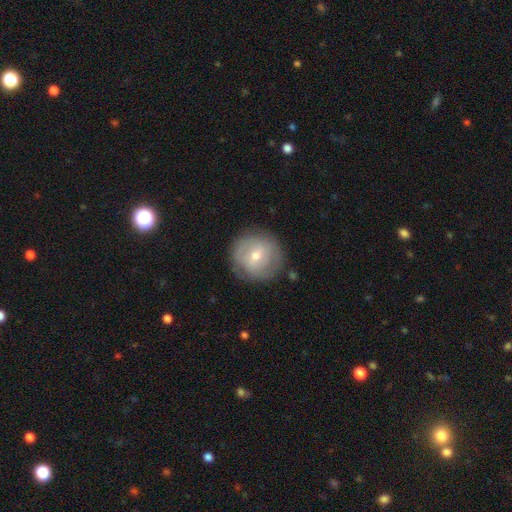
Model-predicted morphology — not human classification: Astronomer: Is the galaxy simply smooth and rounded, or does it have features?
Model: featured or disk — 48% (runner-up: smooth, 44%).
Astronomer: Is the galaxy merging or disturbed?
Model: none — 81%.